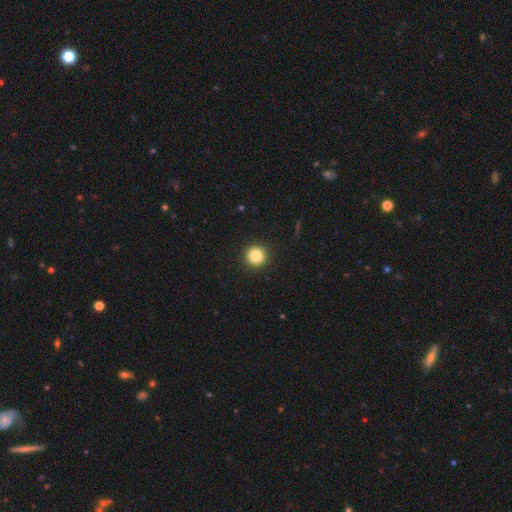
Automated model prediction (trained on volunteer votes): smooth-or-featured: smooth: 84% | star or artifact: 10% | featured or disk: 5%
  how-rounded: round: 95% | in between: 4% | cigar-shaped: 1%
  merging: none: 93% | minor disturbance: 4% | major disturbance: 2% | merger: 1%